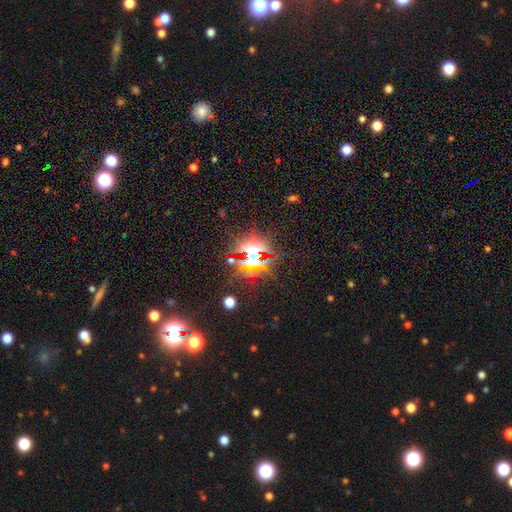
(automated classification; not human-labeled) Smooth or featured: star or artifact — 78% (smooth — 13%)